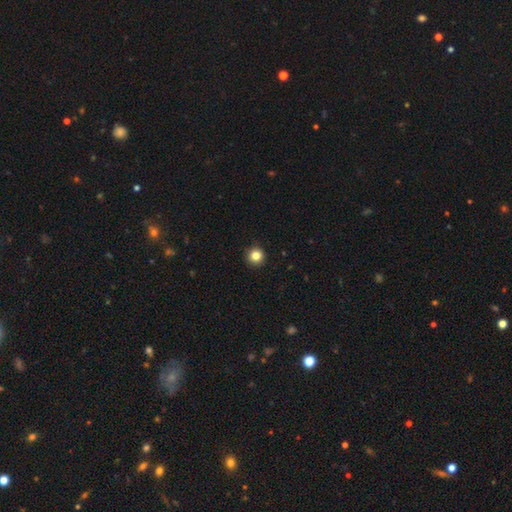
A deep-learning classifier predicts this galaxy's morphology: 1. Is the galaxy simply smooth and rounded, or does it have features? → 83% smooth, 11% star or artifact, 5% featured or disk.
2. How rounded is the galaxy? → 96% round, 4% in between, 1% cigar-shaped.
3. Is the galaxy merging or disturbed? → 93% none, 4% minor disturbance, 1% major disturbance, 1% merger.